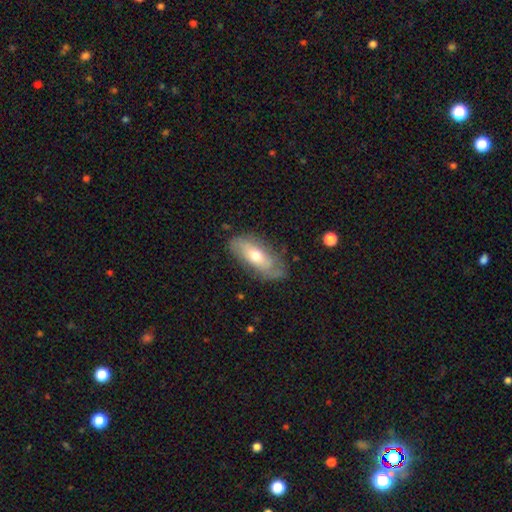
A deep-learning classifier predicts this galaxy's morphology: Smooth or featured? Predicted: smooth (p=0.50). How rounded? Predicted: in between (p=0.76). Merging? Predicted: none (p=0.69).